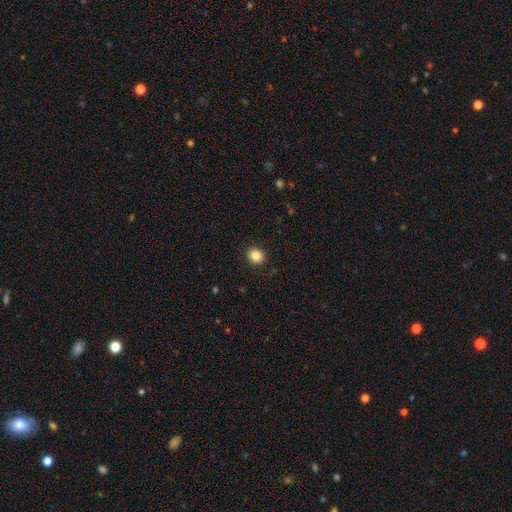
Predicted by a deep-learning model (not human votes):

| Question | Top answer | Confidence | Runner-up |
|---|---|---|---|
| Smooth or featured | smooth | 85% | star or artifact (10%) |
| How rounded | round | 73% | in between (26%) |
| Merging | none | 90% | minor disturbance (7%) |